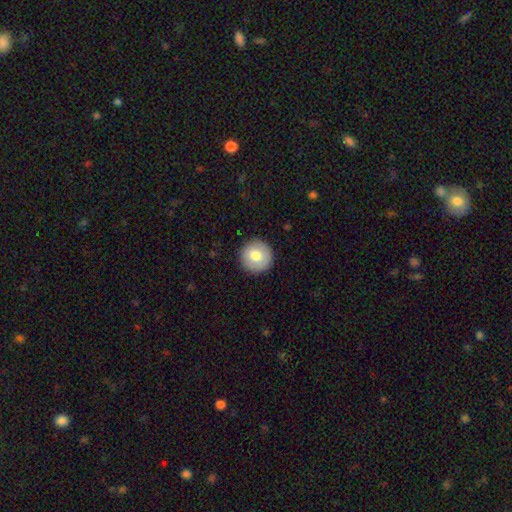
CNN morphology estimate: The model was most divided on "smooth or featured": smooth: 77%, featured or disk: 16%, star or artifact: 7%. More confident: how rounded — round (95%); merging — none (91%).